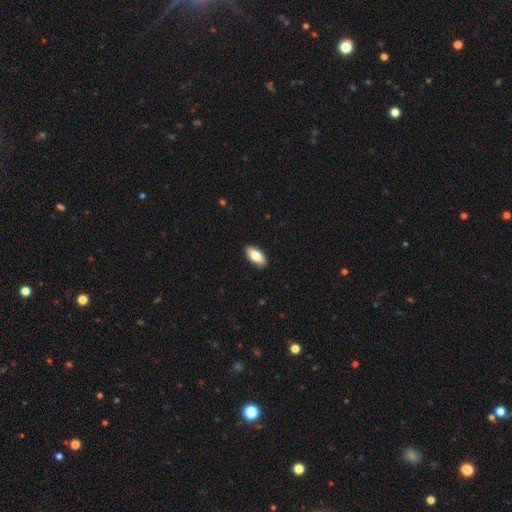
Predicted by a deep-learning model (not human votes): smooth-or-featured: smooth: 81% | featured or disk: 14% | star or artifact: 6%
  how-rounded: in between: 90% | cigar-shaped: 7% | round: 2%
  merging: none: 90% | minor disturbance: 8% | major disturbance: 2% | merger: 1%